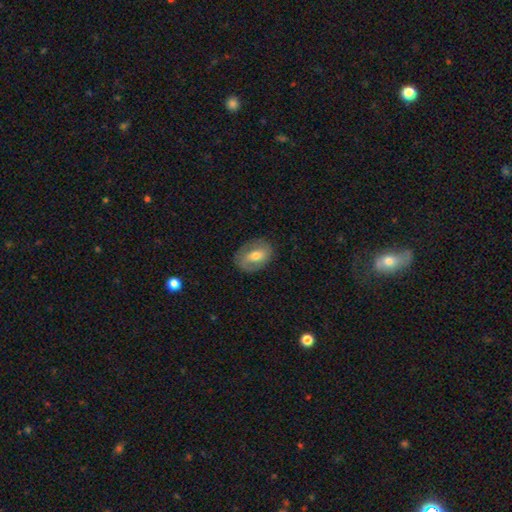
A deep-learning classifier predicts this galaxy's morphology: Smooth or featured?
  - smooth: 47% *
  - featured or disk: 46%
  - star or artifact: 7%
Merging?
  - none: 79% *
  - minor disturbance: 15%
  - major disturbance: 5%
  - merger: 1%